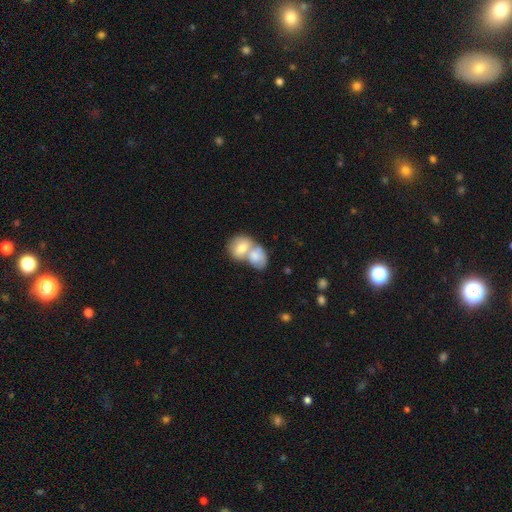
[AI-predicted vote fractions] Smooth or featured: smooth — 73% (featured or disk — 21%)
How rounded: in between — 69% (round — 30%)
Merging: merger — 77% (none — 15%)